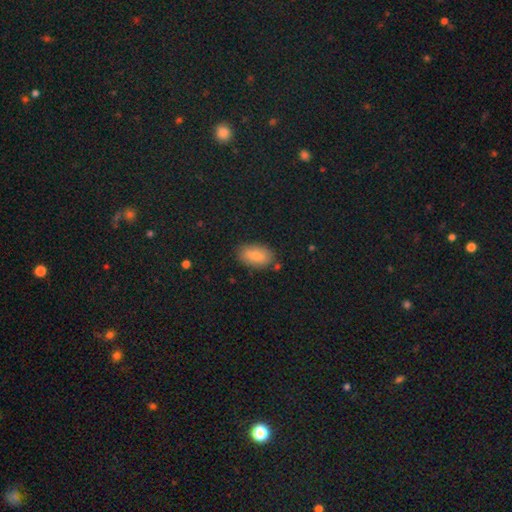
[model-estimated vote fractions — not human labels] Q: Smooth or featured?
A: smooth (77%); runner-up: featured or disk (15%)
Q: How rounded?
A: in between (92%); runner-up: round (6%)
Q: Merging?
A: none (81%); runner-up: minor disturbance (14%)